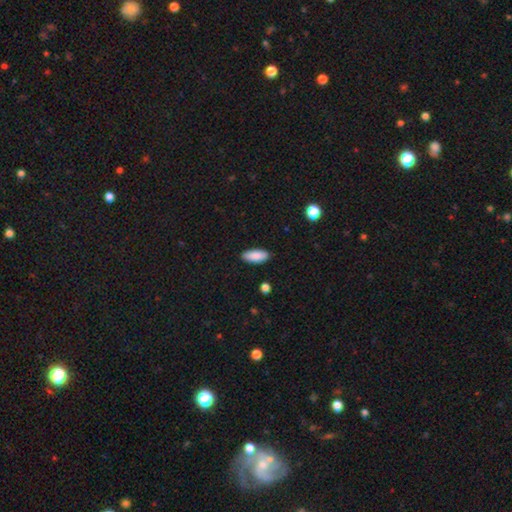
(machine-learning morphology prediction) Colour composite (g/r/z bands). It shows a smooth galaxy with no disk features (88%) that is in between round and cigar-shaped (85%). Merging: none (87%).